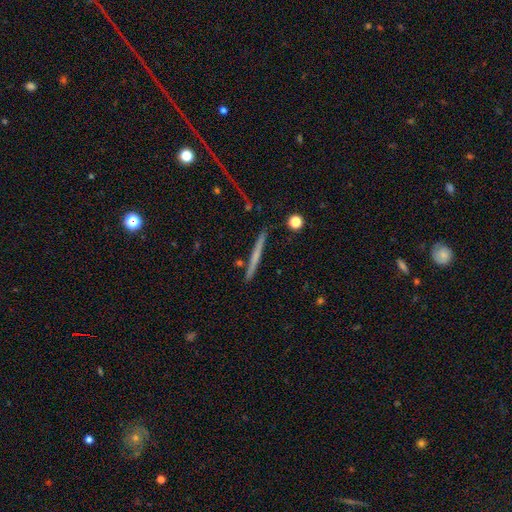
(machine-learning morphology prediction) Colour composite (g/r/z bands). It shows a featured or disk galaxy (49%). Merging: none (87%).